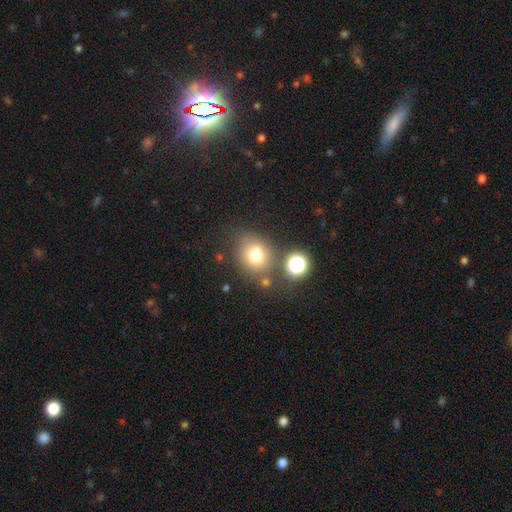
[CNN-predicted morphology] smooth-or-featured: smooth: 72% | star or artifact: 15% | featured or disk: 13%
  how-rounded: round: 66% | in between: 33% | cigar-shaped: 1%
  merging: none: 63% | minor disturbance: 16% | merger: 14% | major disturbance: 7%